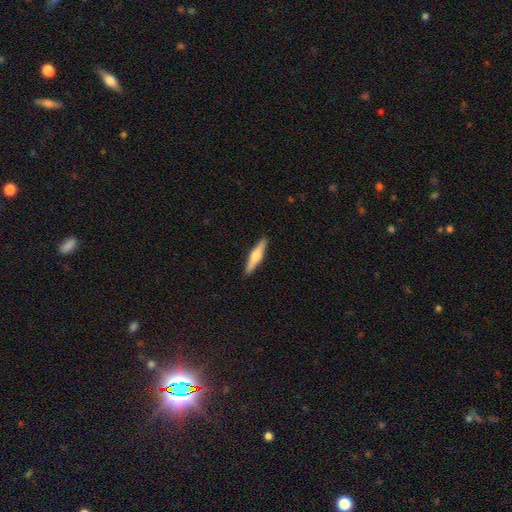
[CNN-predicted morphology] type=featured or disk (54%); edge-on=yes (97%); edge-on bulge=rounded (87%); merging=none (91%).